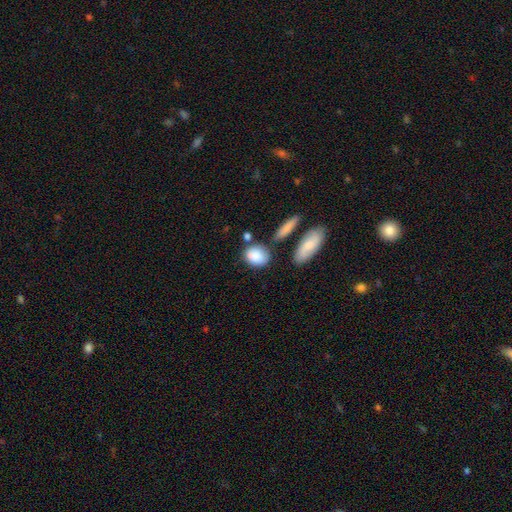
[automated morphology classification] Q: Smooth or featured?
A: smooth (86%); runner-up: featured or disk (8%)
Q: How rounded?
A: in between (56%); runner-up: round (41%)
Q: Merging?
A: none (65%); runner-up: minor disturbance (18%)